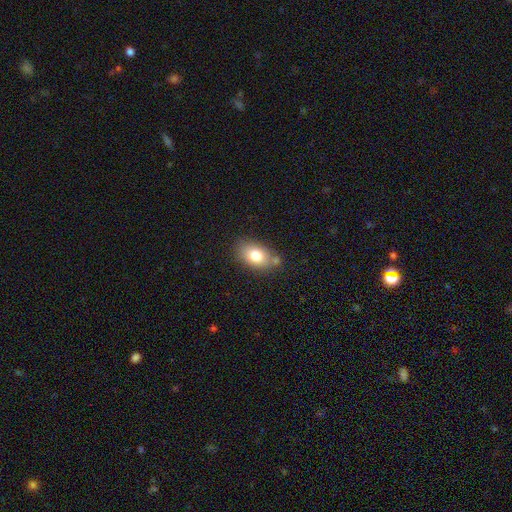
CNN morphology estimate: This appears to be a smooth galaxy with no disk features (80%) that is in between round and cigar-shaped (86%). Merging: none (70%).